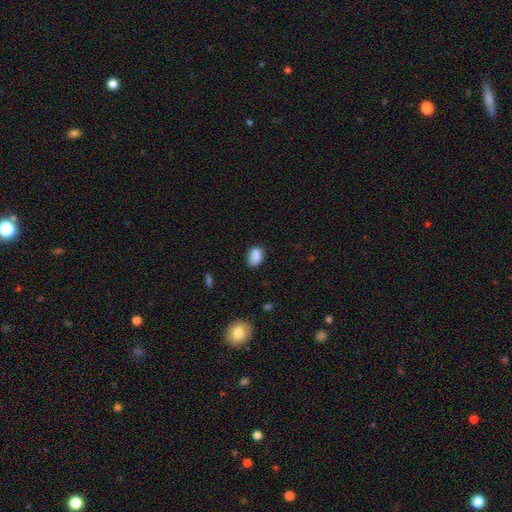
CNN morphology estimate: Smooth or featured? smooth (84%)
How rounded? in between (75%)
Merging? none (65%)